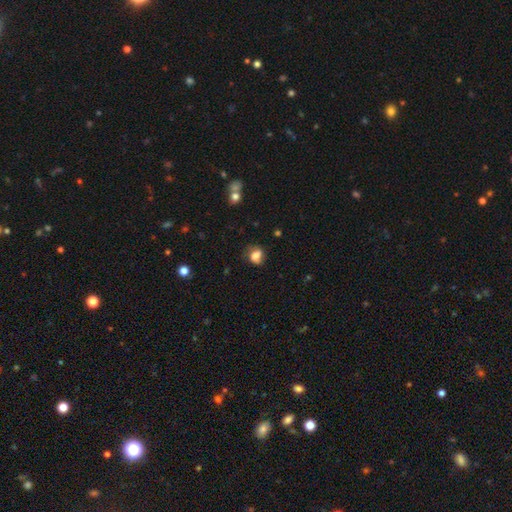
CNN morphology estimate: Smooth or featured: smooth — 76% (featured or disk — 14%)
How rounded: round — 52% (in between — 47%)
Merging: none — 58% (minor disturbance — 28%)